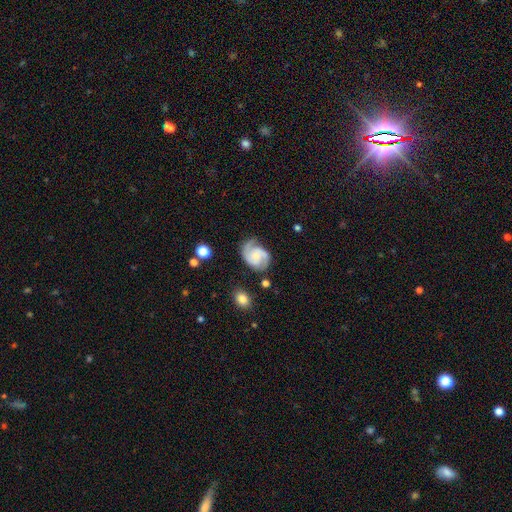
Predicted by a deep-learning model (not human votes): Smooth or featured? Predicted: featured or disk (p=0.83). Edge-on disk? Predicted: no (p=0.98). Bar? Predicted: no (p=0.61). Spiral arms? Predicted: yes (p=0.97). Spiral winding? Predicted: medium (p=0.48). Spiral arm count? Predicted: 2 (p=0.81). Bulge size? Predicted: small (p=0.55). Merging? Predicted: none (p=0.67).